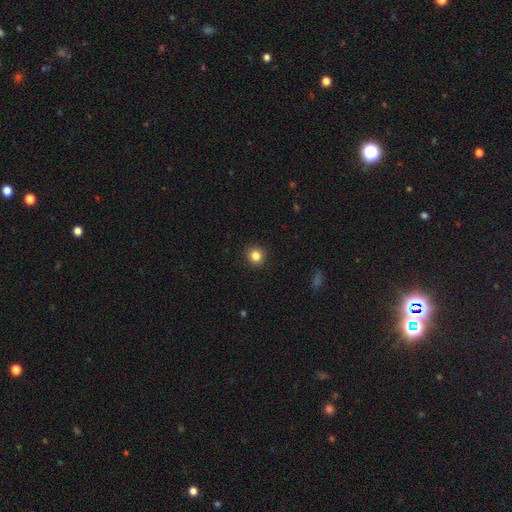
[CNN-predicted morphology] Q: Smooth or featured?
A: smooth (84%); runner-up: star or artifact (11%)
Q: How rounded?
A: round (92%); runner-up: in between (7%)
Q: Merging?
A: none (92%); runner-up: minor disturbance (5%)